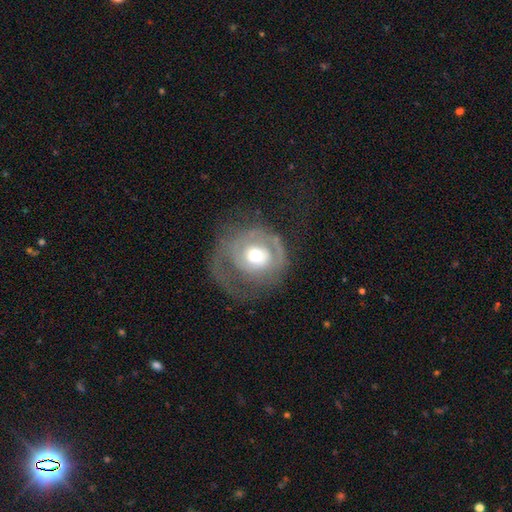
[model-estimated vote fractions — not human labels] Smooth or featured: featured or disk — 65% (smooth — 27%)
Edge-on disk: no — 96% (yes — 4%)
Bar: no — 78% (weak — 17%)
Spiral arms: yes — 59% (no — 41%)
Bulge size: moderate — 67% (small — 19%)
Merging: none — 46% (major disturbance — 32%)